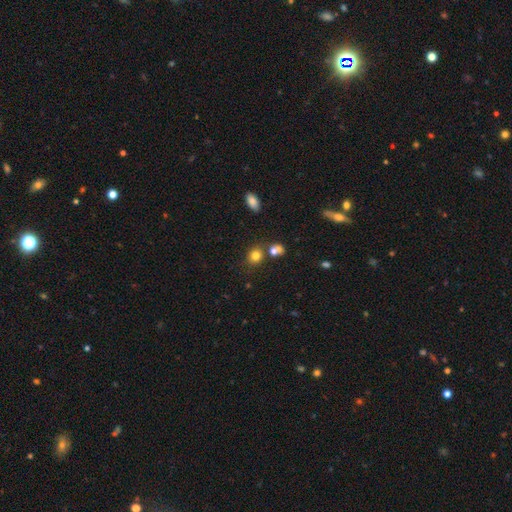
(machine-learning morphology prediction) Smooth or featured: smooth — 79% (star or artifact — 13%)
How rounded: round — 68% (in between — 31%)
Merging: none — 69% (merger — 16%)